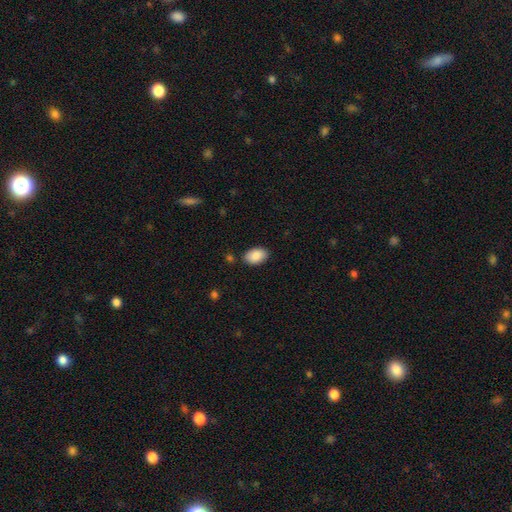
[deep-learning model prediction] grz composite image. It shows a smooth galaxy with no disk features (89%) that is in between round and cigar-shaped (92%). Merging: none (86%).